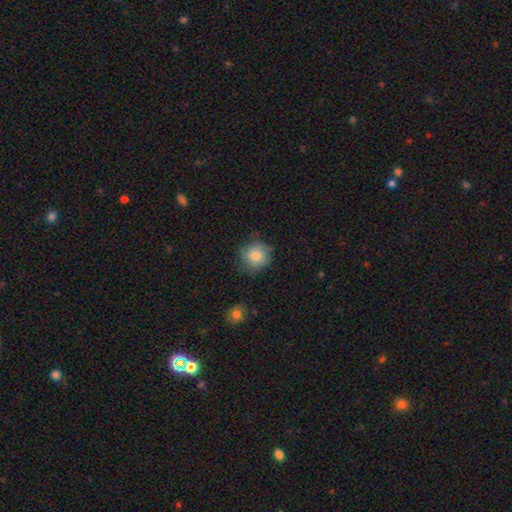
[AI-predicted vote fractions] A smooth galaxy with no disk features (80%) that is round (91%).

Vote fractions:
- Smooth or featured? smooth: 80% / featured or disk: 12% / star or artifact: 9%
- How rounded? round: 91% / in between: 8% / cigar-shaped: 1%
- Merging? none: 76% / minor disturbance: 18% / major disturbance: 4% / merger: 1%